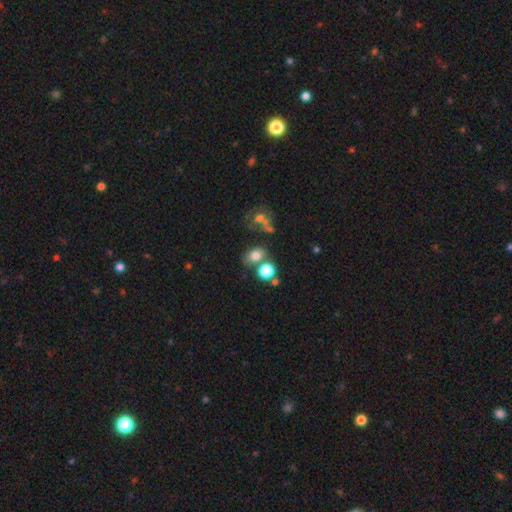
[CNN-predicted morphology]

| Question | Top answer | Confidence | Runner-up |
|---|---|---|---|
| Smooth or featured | smooth | 74% | star or artifact (14%) |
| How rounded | in between | 59% | round (40%) |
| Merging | none | 55% | merger (25%) |